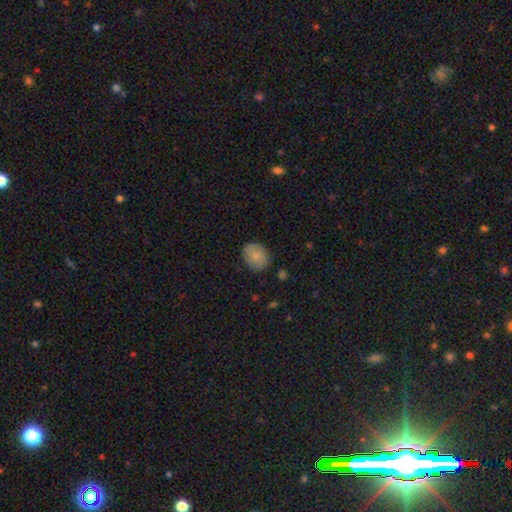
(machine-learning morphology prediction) A smooth galaxy with no disk features (78%) that is round (54%). Merging: none (82%).